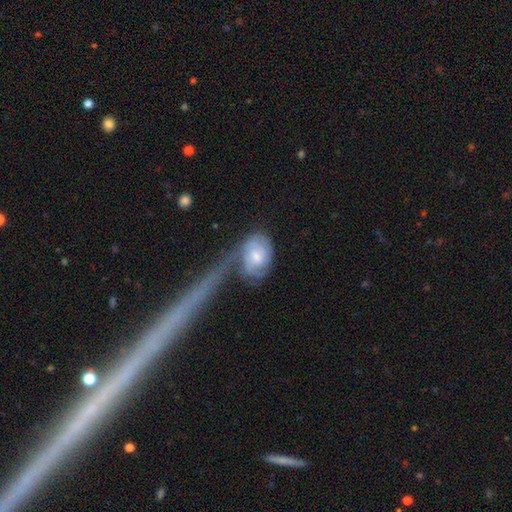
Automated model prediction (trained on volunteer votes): Smooth or featured?
  - featured or disk: 65% *
  - smooth: 28%
  - star or artifact: 6%
Edge-on disk?
  - no: 95% *
  - yes: 5%
Bar?
  - no: 55% *
  - weak: 37%
  - strong: 7%
Spiral arms?
  - yes: 87% *
  - no: 13%
Spiral winding?
  - tight: 57% *
  - medium: 31%
  - loose: 12%
Spiral arm count?
  - can't tell: 40% *
  - 2: 27%
  - 3: 17%
  - 1: 7%
  - 4: 6%
  - more than 4: 4%
Bulge size?
  - moderate: 49% *
  - small: 40%
  - none: 5%
  - large: 5%
  - dominant: 1%
Merging?
  - merger: 36% *
  - none: 29%
  - major disturbance: 20%
  - minor disturbance: 15%